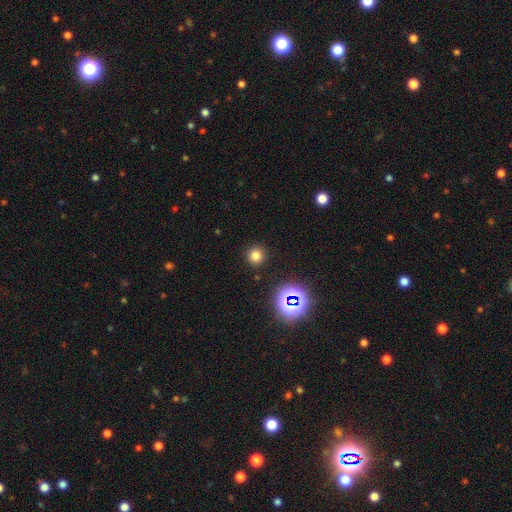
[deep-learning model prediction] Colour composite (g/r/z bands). It shows a smooth galaxy with no disk features (74%) that is round (92%). Merging: none (90%).